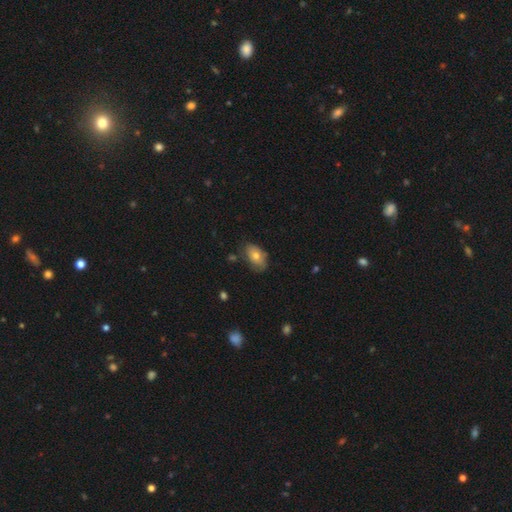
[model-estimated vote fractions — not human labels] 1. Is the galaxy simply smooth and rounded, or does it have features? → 69% smooth, 23% featured or disk, 8% star or artifact.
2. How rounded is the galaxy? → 88% in between, 10% round, 2% cigar-shaped.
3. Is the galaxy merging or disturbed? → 66% none, 26% minor disturbance, 5% major disturbance, 2% merger.